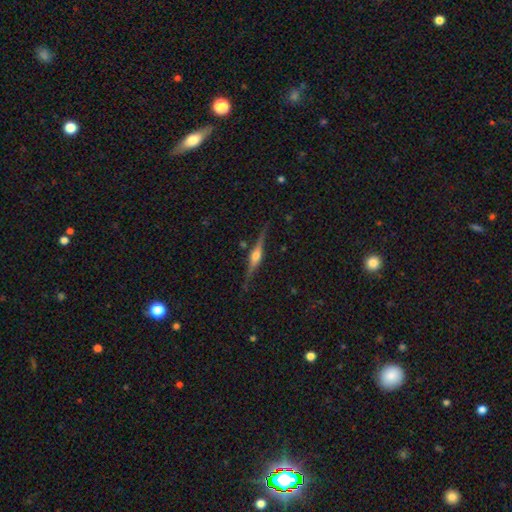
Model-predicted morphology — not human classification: Smooth or featured: featured or disk — 81% (smooth — 12%)
Edge-on disk: yes — 98% (no — 2%)
Edge-on bulge: rounded — 90% (boxy — 7%)
Merging: none — 86% (minor disturbance — 10%)